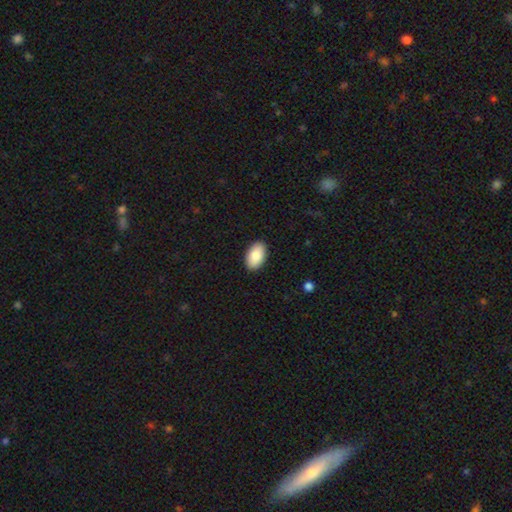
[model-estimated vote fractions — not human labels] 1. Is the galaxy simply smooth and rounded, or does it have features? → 88% smooth, 6% star or artifact, 6% featured or disk.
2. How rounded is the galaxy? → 95% in between, 4% round, 1% cigar-shaped.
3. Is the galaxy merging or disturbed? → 90% none, 7% minor disturbance, 2% major disturbance, 1% merger.